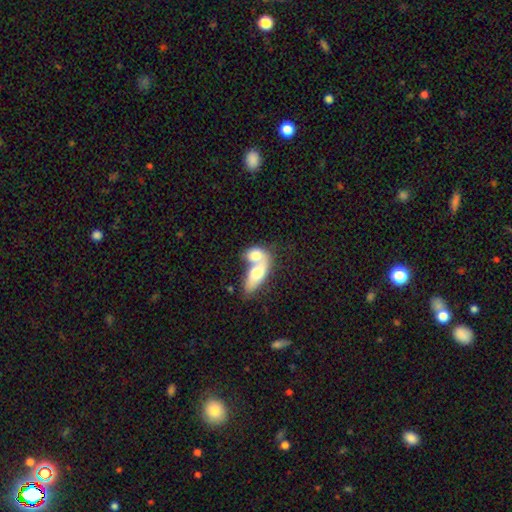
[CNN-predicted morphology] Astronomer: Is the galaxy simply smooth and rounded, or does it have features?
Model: smooth — 69%.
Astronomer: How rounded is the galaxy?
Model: in between — 78%.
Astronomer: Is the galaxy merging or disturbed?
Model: merger — 78%.